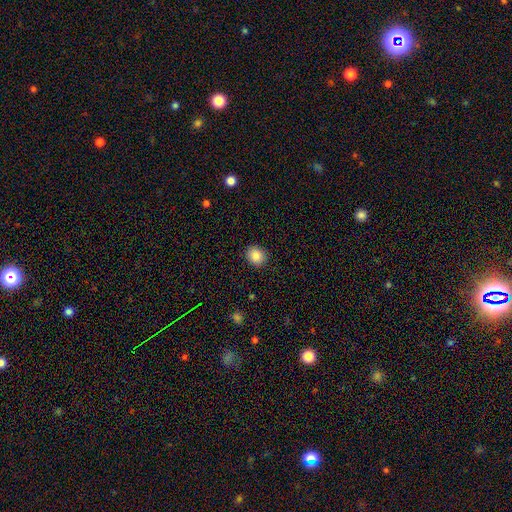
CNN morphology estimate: smooth_or_featured: smooth (p=0.87) [alt: star or artifact p=0.09]
how_rounded: round (p=0.66) [alt: in between p=0.33]
merging: none (p=0.89) [alt: minor disturbance p=0.08]